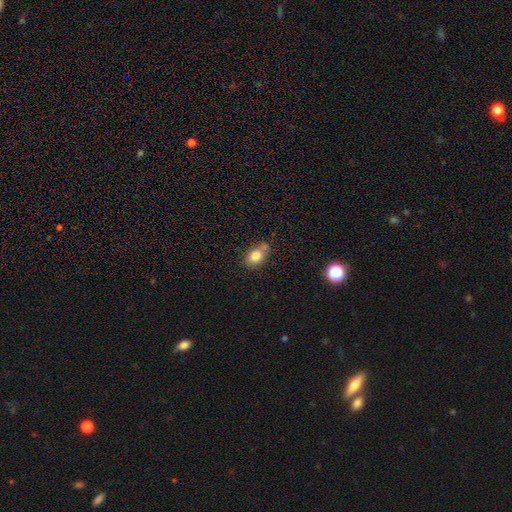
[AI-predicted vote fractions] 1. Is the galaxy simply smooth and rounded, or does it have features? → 80% smooth, 10% featured or disk, 10% star or artifact.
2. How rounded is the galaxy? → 67% in between, 32% round, 1% cigar-shaped.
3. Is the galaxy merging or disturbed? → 58% none, 19% minor disturbance, 18% merger, 5% major disturbance.